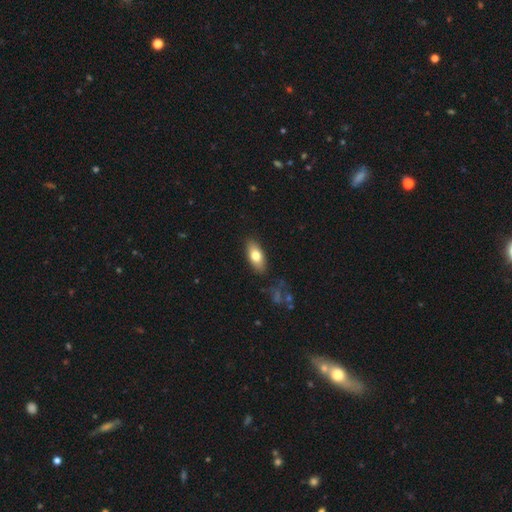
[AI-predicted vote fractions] Smooth or featured? Predicted: smooth (p=0.74). How rounded? Predicted: in between (p=0.84). Merging? Predicted: none (p=0.85).